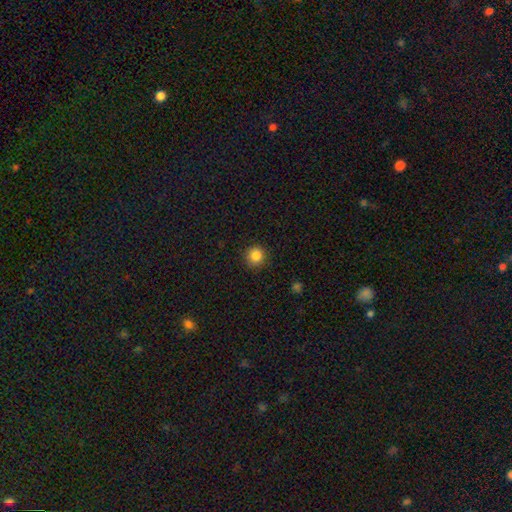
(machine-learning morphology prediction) Overall: smooth (86%). How rounded: round (94%). Merging: none (90%).